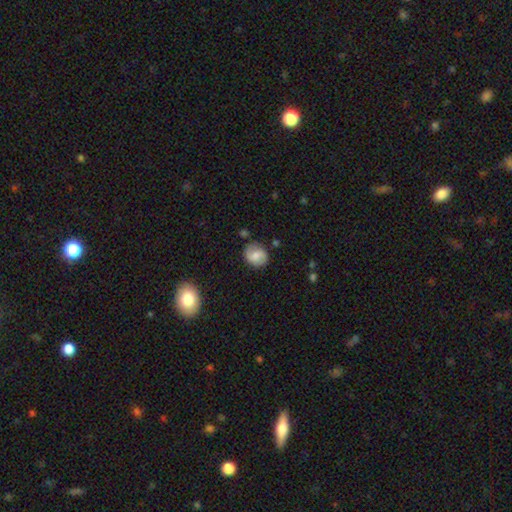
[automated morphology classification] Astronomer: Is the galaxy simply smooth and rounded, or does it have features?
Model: smooth — 50% (runner-up: featured or disk, 41%).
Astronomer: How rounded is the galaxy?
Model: round — 67%.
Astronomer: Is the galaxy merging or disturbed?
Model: none — 77%.